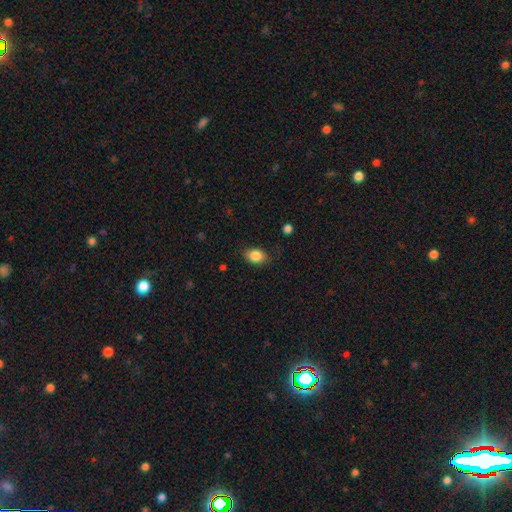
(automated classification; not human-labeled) A smooth galaxy with no disk features (86%) that is in between round and cigar-shaped (76%).

Vote fractions:
- Smooth or featured? smooth: 86% / star or artifact: 8% / featured or disk: 6%
- How rounded? in between: 76% / round: 22% / cigar-shaped: 1%
- Merging? none: 78% / minor disturbance: 17% / major disturbance: 4% / merger: 1%